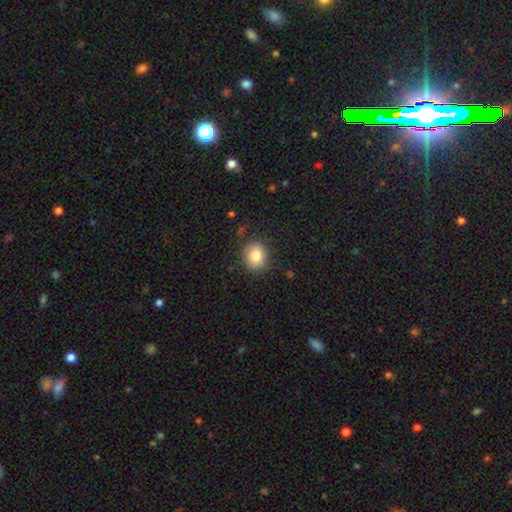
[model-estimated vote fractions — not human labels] A smooth galaxy with no disk features (83%) that is round (77%). Merging: none (86%).